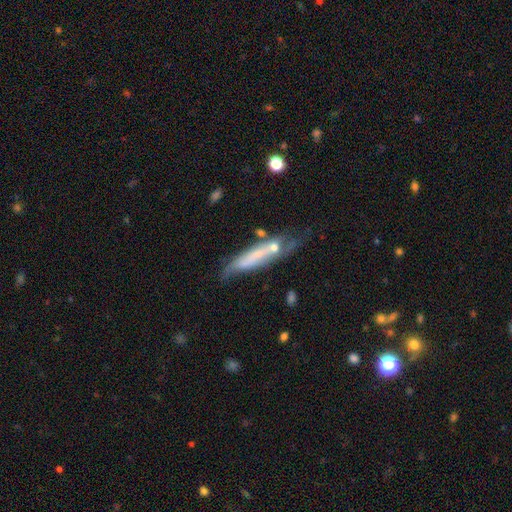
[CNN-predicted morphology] Q: Smooth or featured?
A: featured or disk (48%); runner-up: smooth (44%)
Q: Merging?
A: none (44%); runner-up: minor disturbance (27%)